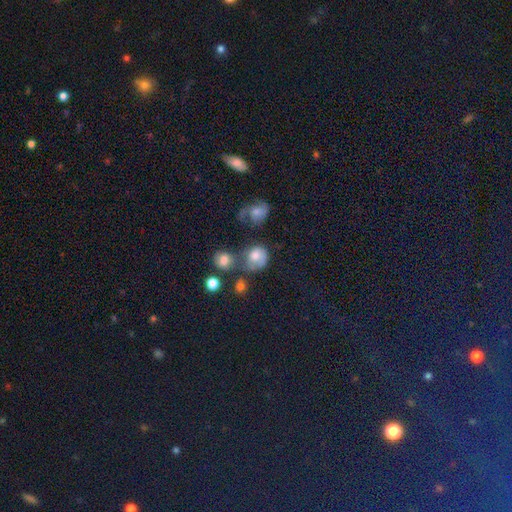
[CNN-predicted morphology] Smooth or featured?
  - smooth: 64% *
  - featured or disk: 21%
  - star or artifact: 15%
How rounded?
  - round: 68% *
  - in between: 31%
  - cigar-shaped: 1%
Merging?
  - none: 40% *
  - merger: 23%
  - minor disturbance: 20%
  - major disturbance: 16%